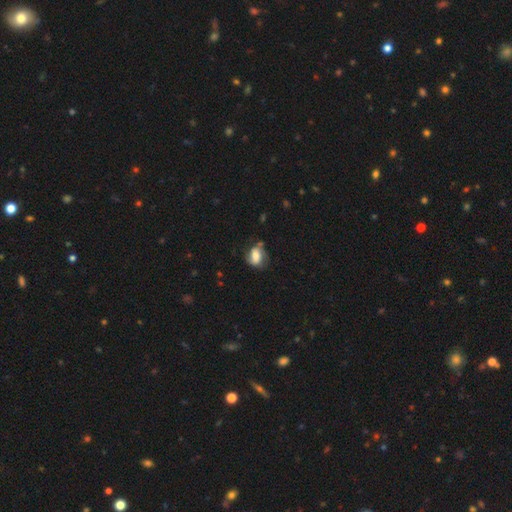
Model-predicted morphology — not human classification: This is possibly a smooth galaxy (53%). How rounded: likely in between (69%). Merging: possibly none (55%).